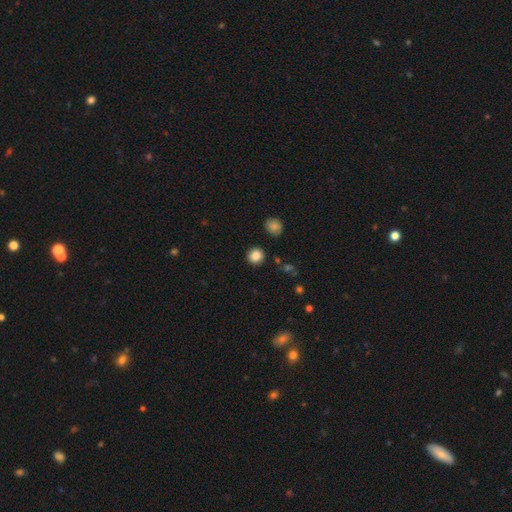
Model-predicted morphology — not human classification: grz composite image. It shows a smooth galaxy with no disk features (85%) that is round (91%). Merging: none (90%).